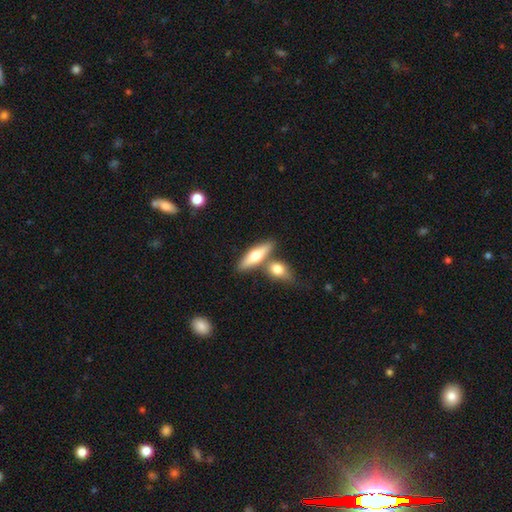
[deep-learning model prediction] Smooth or featured?
  - smooth: 52% *
  - featured or disk: 43%
  - star or artifact: 6%
How rounded?
  - cigar-shaped: 56% *
  - in between: 39%
  - round: 5%
Merging?
  - none: 61% *
  - merger: 27%
  - minor disturbance: 9%
  - major disturbance: 3%